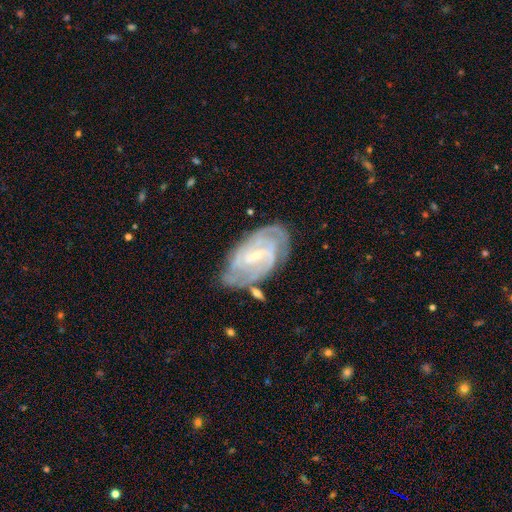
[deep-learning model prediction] Smooth or featured? featured or disk (87%)
Edge-on disk? no (96%)
Bar? weak (49%)
Spiral arms? yes (97%)
Spiral winding? tight (62%)
Spiral arm count? 2 (40%)
Bulge size? small (70%)
Merging? none (71%)